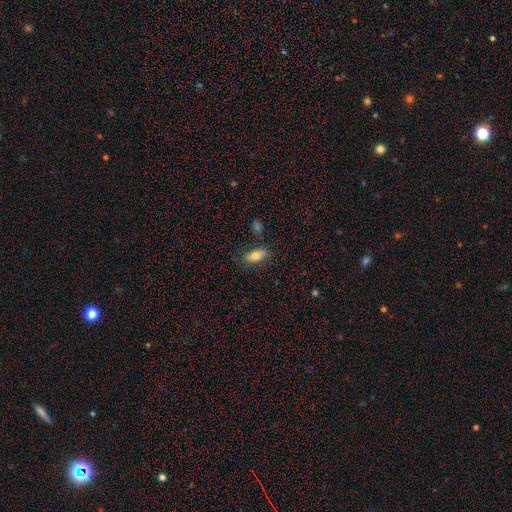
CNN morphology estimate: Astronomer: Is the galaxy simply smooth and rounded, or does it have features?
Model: smooth — 76%.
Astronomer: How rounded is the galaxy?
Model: in between — 85%.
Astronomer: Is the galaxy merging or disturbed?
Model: none — 77%.